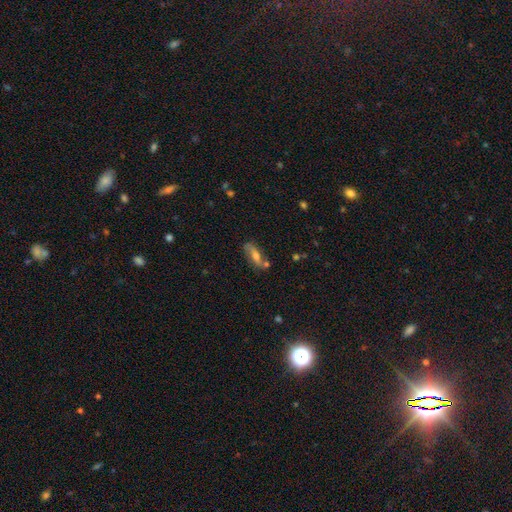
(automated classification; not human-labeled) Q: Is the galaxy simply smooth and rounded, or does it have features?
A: featured or disk — 49%.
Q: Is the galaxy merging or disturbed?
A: none — 65%.